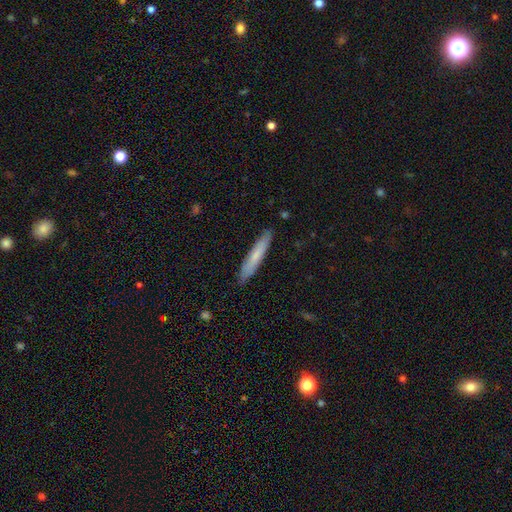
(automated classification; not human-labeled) Smooth or featured? Predicted: smooth (p=0.67). How rounded? Predicted: cigar-shaped (p=0.93). Merging? Predicted: none (p=0.88).